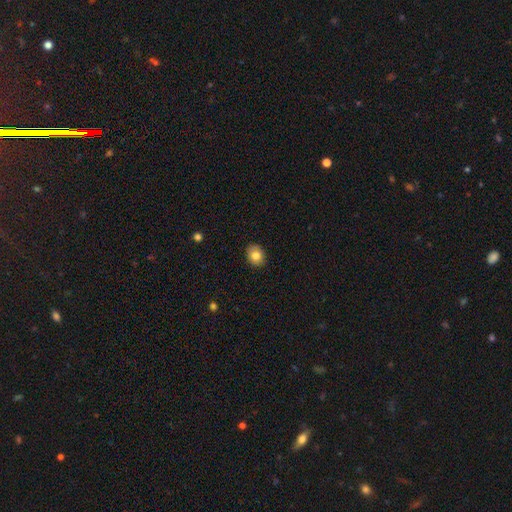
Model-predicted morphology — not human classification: Overall: smooth (81%). How rounded: round (57%; in between 42%). Merging: none (87%).